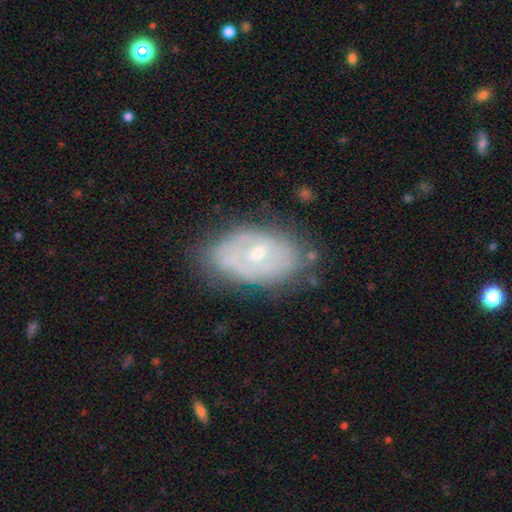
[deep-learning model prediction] featured or disk 66%, smooth 26%, star or artifact 7%. Down the decision tree: edge-on disk — no (94%); bar — no (61%); spiral arms — yes (56%); bulge size — small (53%); merging — none (65%).